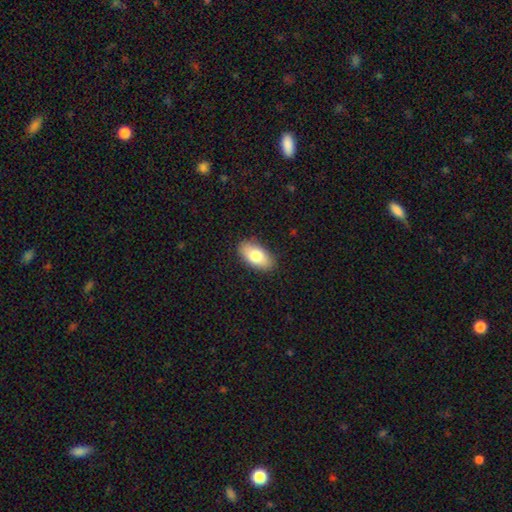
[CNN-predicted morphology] Smooth or featured? smooth (78%)
How rounded? in between (93%)
Merging? none (87%)